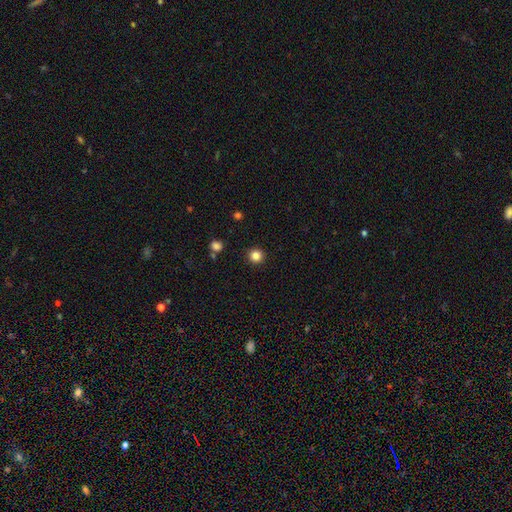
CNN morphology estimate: A smooth galaxy with no disk features (84%) that is round (95%). Merging: none (92%).